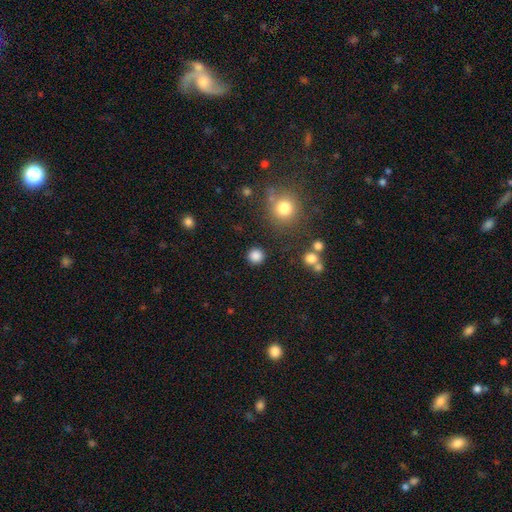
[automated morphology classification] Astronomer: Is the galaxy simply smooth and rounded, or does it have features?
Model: smooth — 84%.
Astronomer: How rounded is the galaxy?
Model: round — 94%.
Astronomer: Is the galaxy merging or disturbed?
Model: none — 89%.